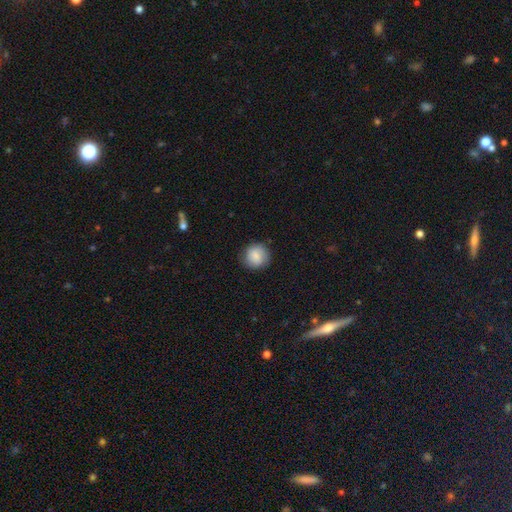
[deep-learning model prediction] Smooth or featured?
  - smooth: 82% *
  - featured or disk: 11%
  - star or artifact: 7%
How rounded?
  - round: 91% *
  - in between: 8%
  - cigar-shaped: 1%
Merging?
  - none: 85% *
  - minor disturbance: 11%
  - major disturbance: 3%
  - merger: 1%